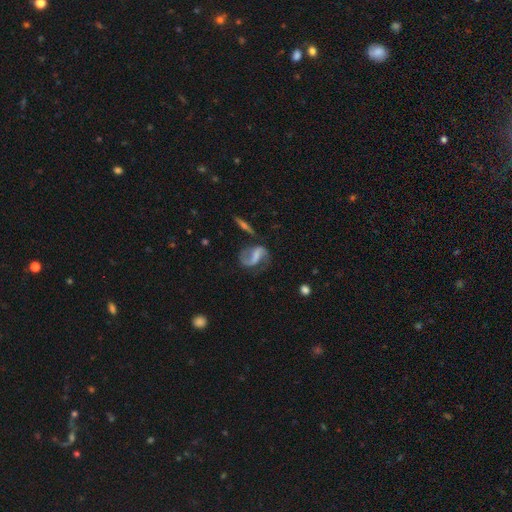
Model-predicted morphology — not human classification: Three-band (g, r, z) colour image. It shows a featured or disk galaxy (80%) with a weak bar (42%), 2 (85%) loose (49%) spiral arms (93%) and no central bulge (47%). Merging: none (61%).